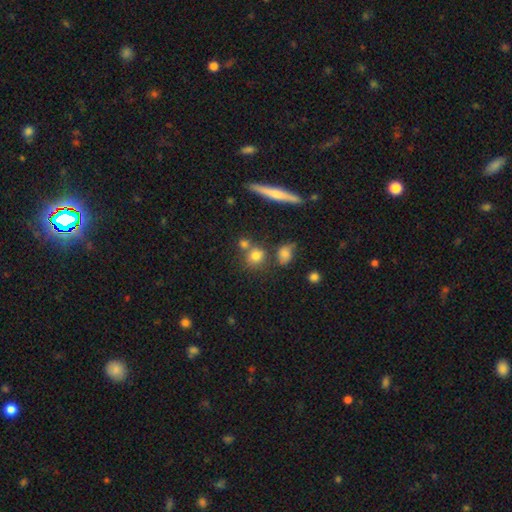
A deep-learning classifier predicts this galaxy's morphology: Q: Smooth or featured?
A: smooth (75%); runner-up: star or artifact (13%)
Q: How rounded?
A: round (75%); runner-up: in between (20%)
Q: Merging?
A: none (62%); runner-up: merger (21%)